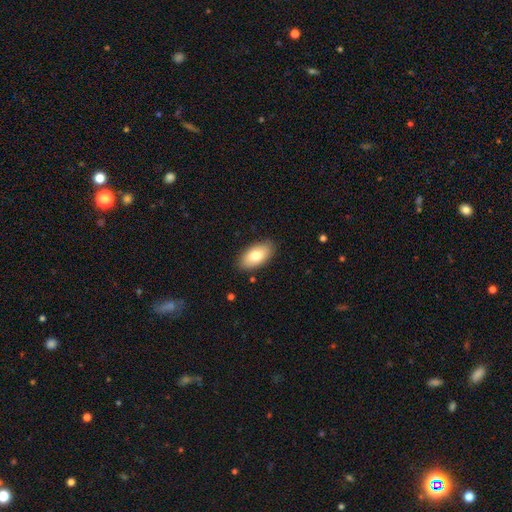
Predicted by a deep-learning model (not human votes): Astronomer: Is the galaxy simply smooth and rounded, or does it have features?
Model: smooth — 78%.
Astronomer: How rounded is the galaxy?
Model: in between — 94%.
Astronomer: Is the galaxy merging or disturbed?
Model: none — 86%.